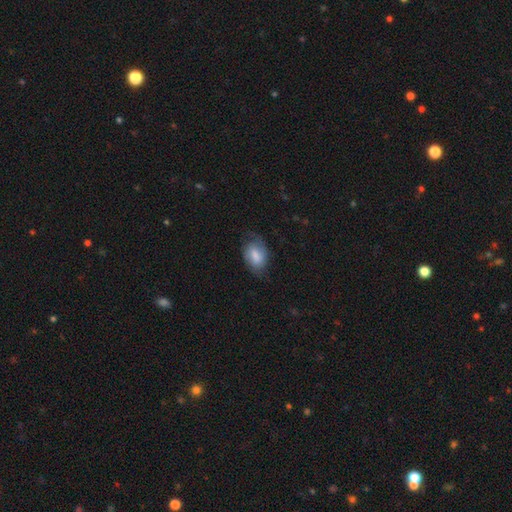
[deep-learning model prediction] The model was most divided on "merging": none: 58%, minor disturbance: 28%, major disturbance: 13%, merger: 1%. More confident: how rounded — in between (84%); smooth or featured — smooth (62%).